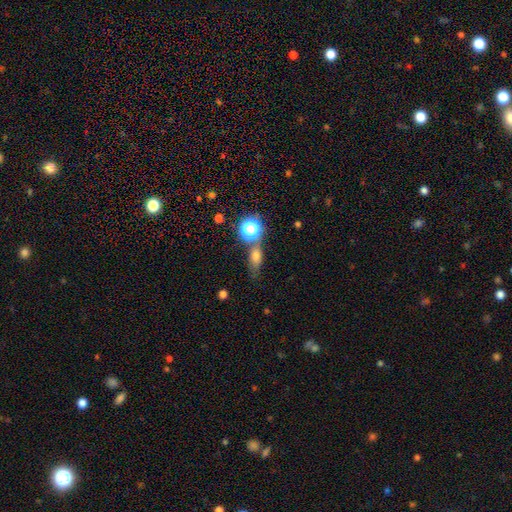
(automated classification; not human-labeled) Q: Smooth or featured?
A: smooth (64%); runner-up: star or artifact (21%)
Q: How rounded?
A: in between (61%); runner-up: round (25%)
Q: Merging?
A: none (60%); runner-up: merger (17%)